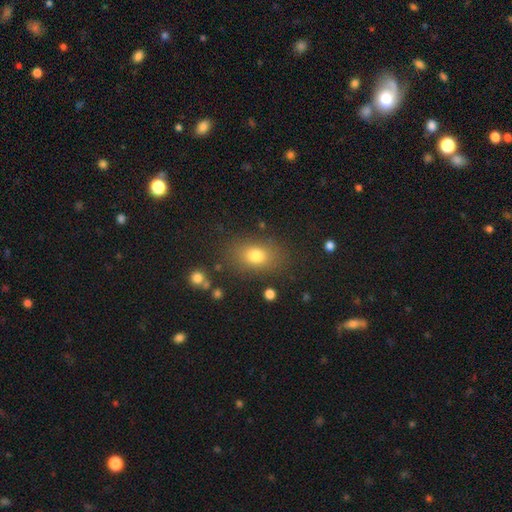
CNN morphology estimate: smooth-or-featured: smooth: 77% | star or artifact: 13% | featured or disk: 10%
  how-rounded: in between: 74% | round: 24% | cigar-shaped: 2%
  merging: none: 81% | minor disturbance: 12% | major disturbance: 5% | merger: 3%